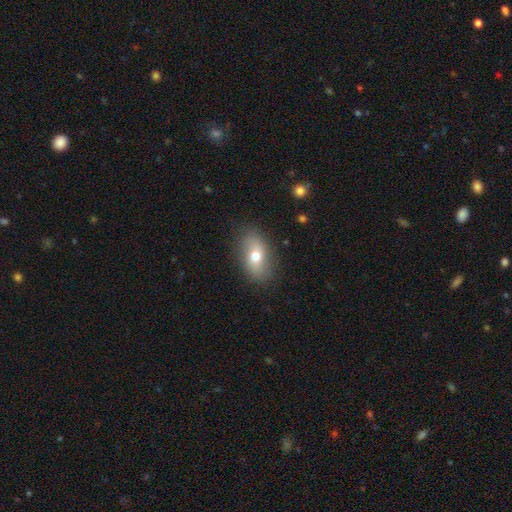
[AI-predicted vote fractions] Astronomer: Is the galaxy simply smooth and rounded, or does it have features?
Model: smooth — 66%.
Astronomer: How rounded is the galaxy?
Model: in between — 86%.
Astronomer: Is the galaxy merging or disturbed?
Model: none — 83%.